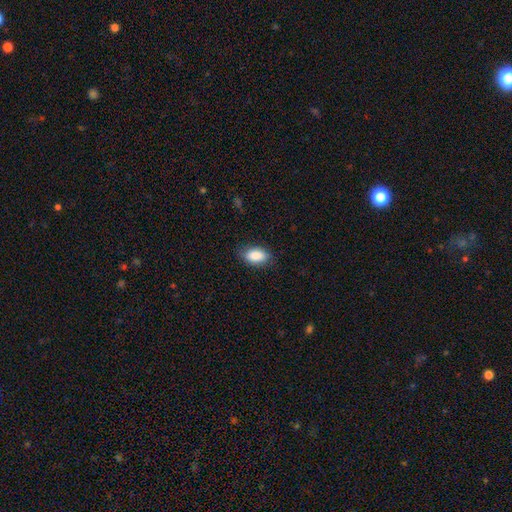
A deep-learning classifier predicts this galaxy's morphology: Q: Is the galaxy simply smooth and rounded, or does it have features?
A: smooth — 89%.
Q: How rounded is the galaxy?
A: in between — 92%.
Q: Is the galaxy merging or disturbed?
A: none — 82%.